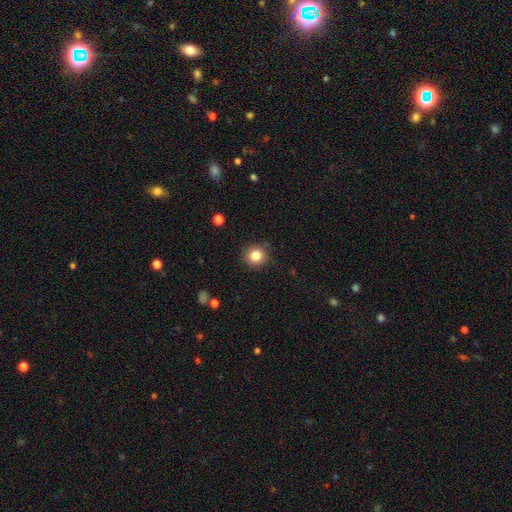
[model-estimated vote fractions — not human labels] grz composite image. It shows a smooth galaxy with no disk features (83%) that is round (91%). Merging: none (86%).